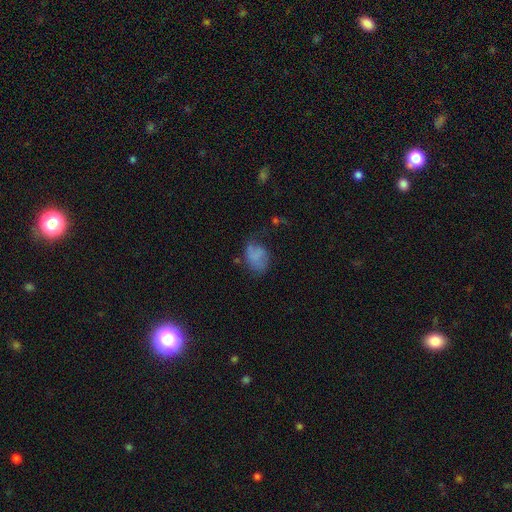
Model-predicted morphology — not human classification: Smooth or featured? smooth (67%)
How rounded? in between (70%)
Merging? none (41%)